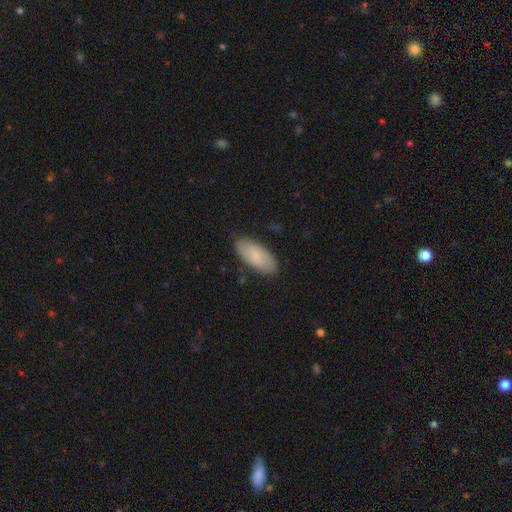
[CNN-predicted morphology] Overall: smooth (77%). How rounded: in between (86%). Merging: none (84%).